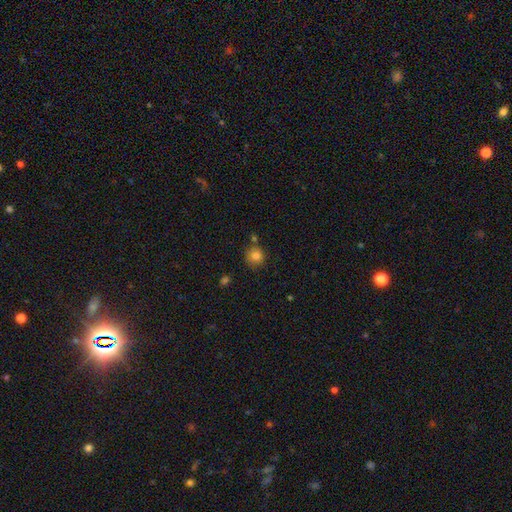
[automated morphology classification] Overall: smooth (83%). How rounded: round (89%). Merging: none (73%).